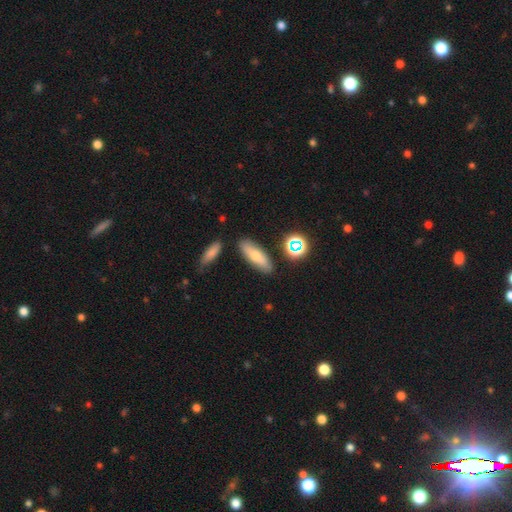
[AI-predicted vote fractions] Q: Smooth or featured?
A: smooth (63%); runner-up: featured or disk (27%)
Q: How rounded?
A: in between (49%); runner-up: cigar-shaped (48%)
Q: Merging?
A: none (83%); runner-up: minor disturbance (10%)